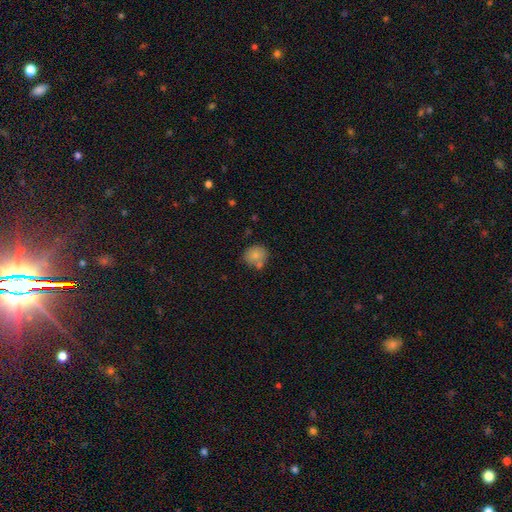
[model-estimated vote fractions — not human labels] The model was most divided on "merging": none: 61%, merger: 20%, minor disturbance: 15%, major disturbance: 4%. More confident: how rounded — round (80%); smooth or featured — smooth (78%).